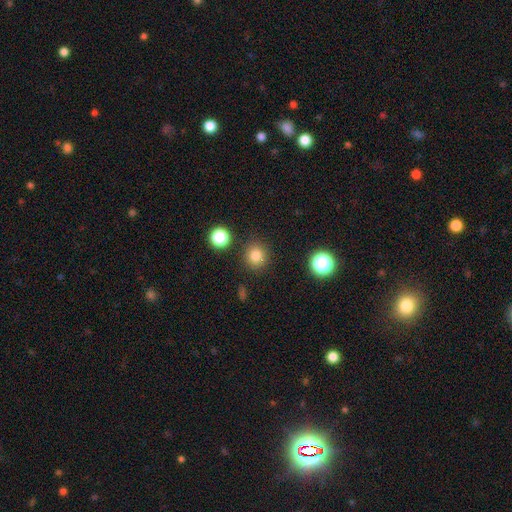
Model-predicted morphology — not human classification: A smooth galaxy with no disk features (81%) that is round (91%).

Vote fractions:
- Smooth or featured? smooth: 81% / star or artifact: 14% / featured or disk: 5%
- How rounded? round: 91% / in between: 8% / cigar-shaped: 1%
- Merging? none: 87% / minor disturbance: 7% / merger: 3% / major disturbance: 3%